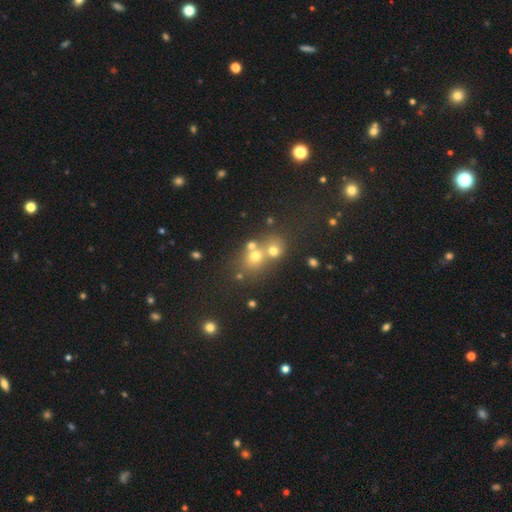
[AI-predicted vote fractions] Smooth or featured: smooth — 57% (star or artifact — 27%)
How rounded: round — 75% (in between — 24%)
Merging: none — 44% (tied with merger — 44%)